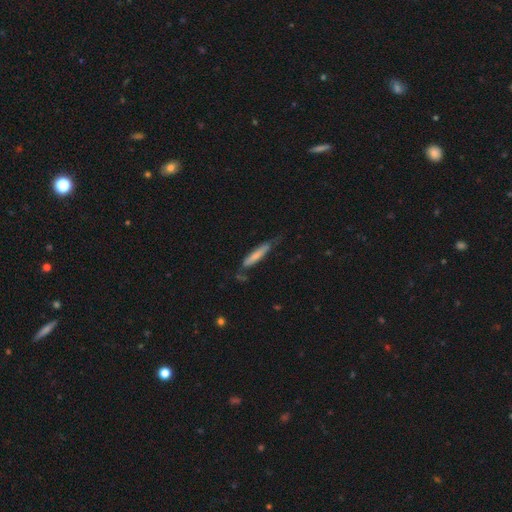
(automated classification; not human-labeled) This is likely a smooth galaxy (66%). How rounded: clearly cigar-shaped (89%). Merging: possibly none (57%).